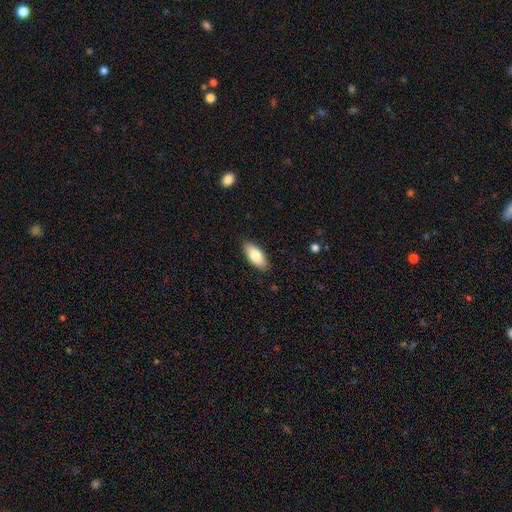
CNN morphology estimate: This appears to be a smooth galaxy with no disk features (82%) that is in between round and cigar-shaped (83%). Merging: none (88%).